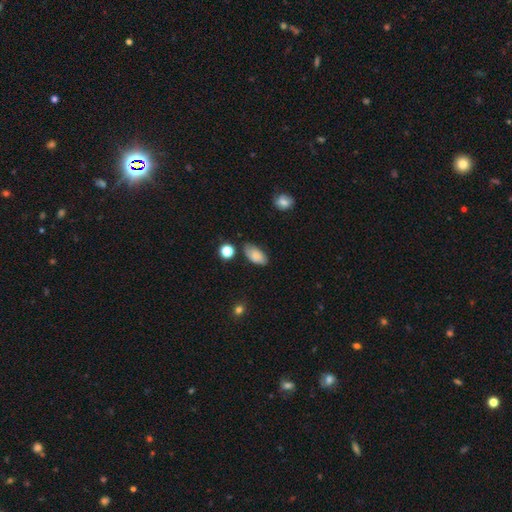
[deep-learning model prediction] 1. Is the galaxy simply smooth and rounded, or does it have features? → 80% smooth, 12% featured or disk, 8% star or artifact.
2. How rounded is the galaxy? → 92% in between, 4% round, 4% cigar-shaped.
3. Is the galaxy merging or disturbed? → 71% none, 22% minor disturbance, 4% major disturbance, 4% merger.